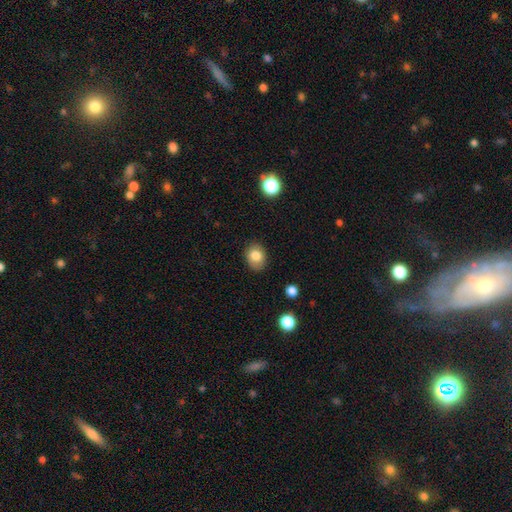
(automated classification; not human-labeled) smooth-or-featured: smooth: 82% | star or artifact: 10% | featured or disk: 9%
  how-rounded: in between: 52% | round: 47% | cigar-shaped: 1%
  merging: none: 84% | minor disturbance: 12% | major disturbance: 3% | merger: 1%